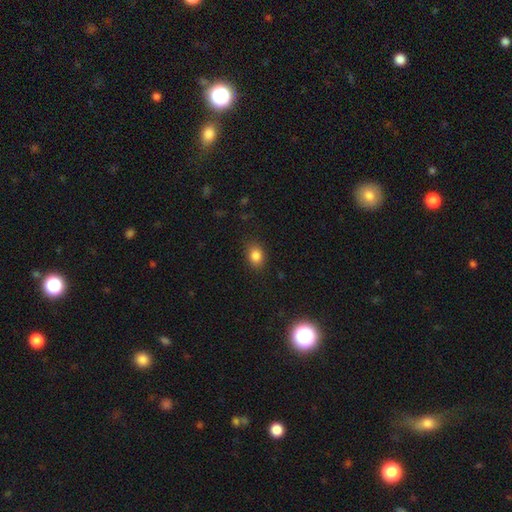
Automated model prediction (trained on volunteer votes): Morphology: type=smooth (84%); roundness=in between (64%); merging=none (85%).